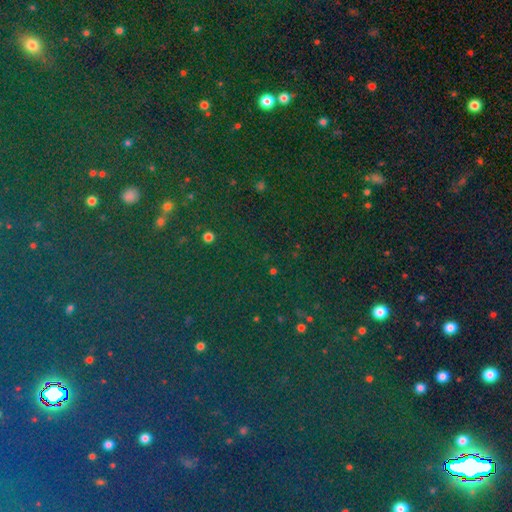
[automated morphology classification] star or artifact 79%, smooth 13%, featured or disk 8%.